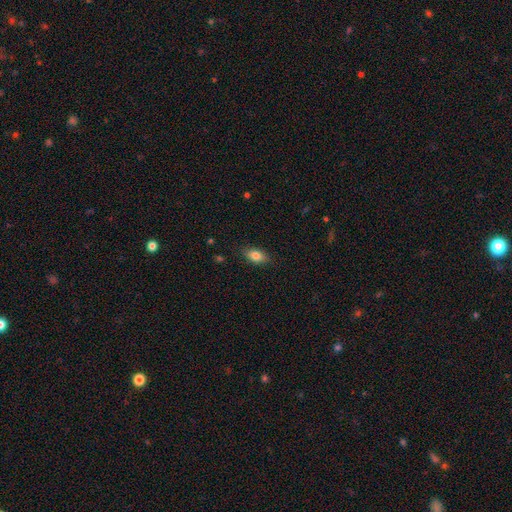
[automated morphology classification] This appears to be a smooth galaxy with no disk features (80%) that is in between round and cigar-shaped (87%). Merging: none (84%).